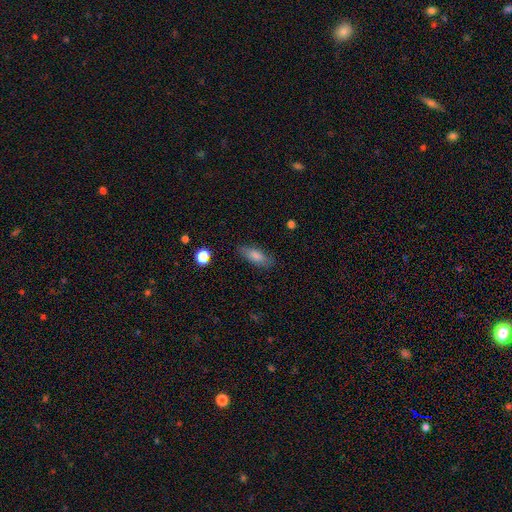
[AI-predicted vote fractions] Smooth or featured? smooth (80%)
How rounded? in between (72%)
Merging? none (82%)